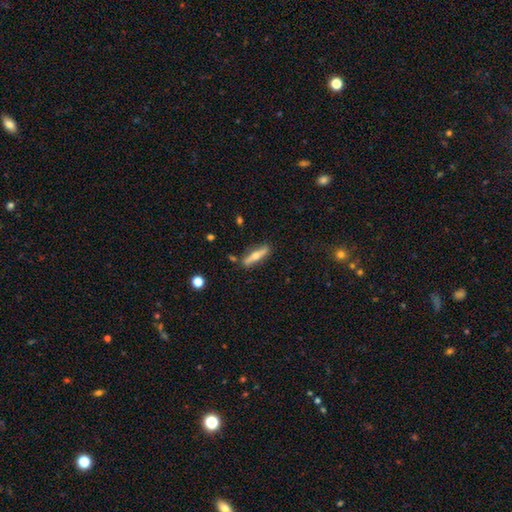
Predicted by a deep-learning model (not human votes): smooth_or_featured: featured or disk (p=0.55) [alt: smooth p=0.39]
disk_edge_on: yes (p=0.89) [alt: no p=0.11]
merging: none (p=0.84) [alt: minor disturbance p=0.11]